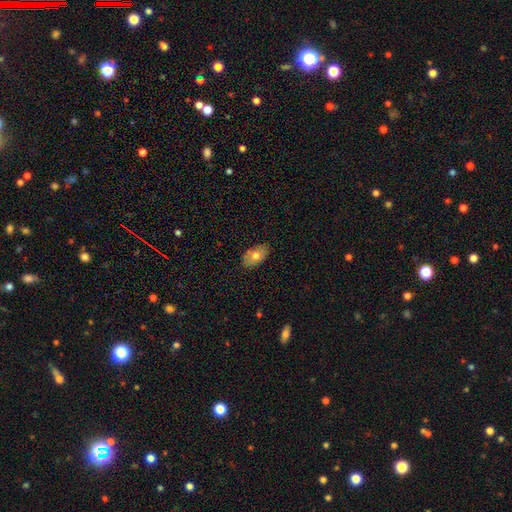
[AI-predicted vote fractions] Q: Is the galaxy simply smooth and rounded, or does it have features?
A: smooth — 71%.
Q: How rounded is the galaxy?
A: in between — 92%.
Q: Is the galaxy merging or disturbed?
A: none — 82%.